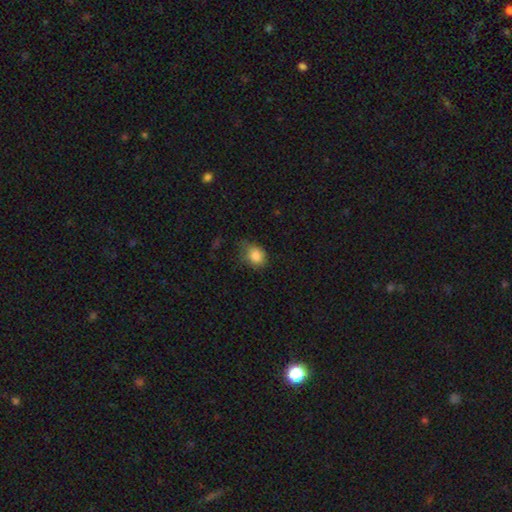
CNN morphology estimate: Smooth or featured? smooth (84%)
How rounded? round (50%)
Merging? none (52%)